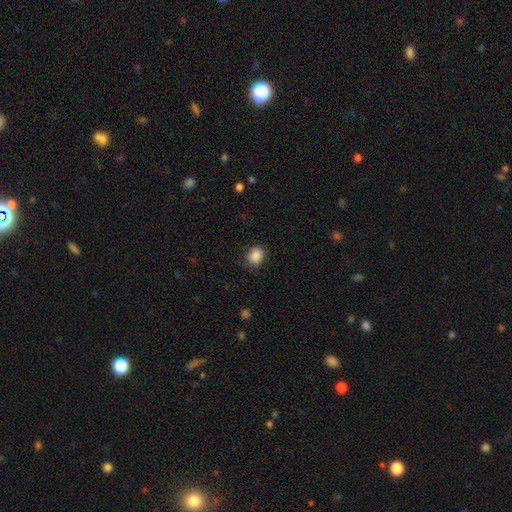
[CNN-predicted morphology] The model was most divided on "how rounded": round: 68%, in between: 31%, cigar-shaped: 1%. More confident: smooth or featured — smooth (88%); merging — none (84%).